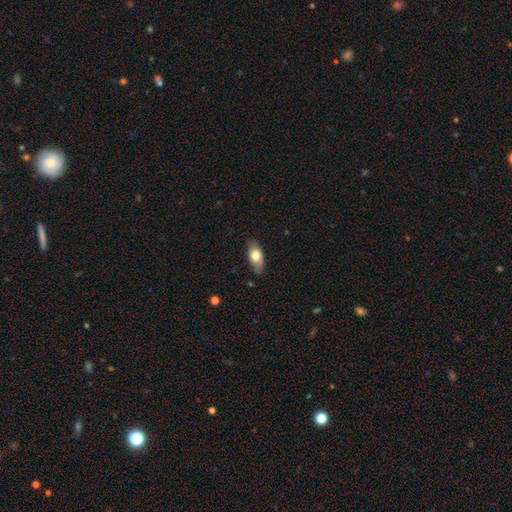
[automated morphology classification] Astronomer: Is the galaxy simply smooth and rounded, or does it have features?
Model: smooth — 71%.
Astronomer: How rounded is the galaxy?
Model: in between — 87%.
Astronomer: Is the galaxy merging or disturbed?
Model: none — 81%.